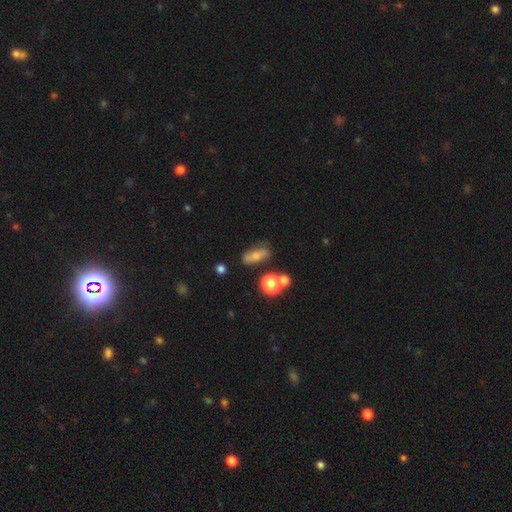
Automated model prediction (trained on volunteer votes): Q: Smooth or featured?
A: smooth (57%); runner-up: featured or disk (29%)
Q: How rounded?
A: in between (64%); runner-up: round (18%)
Q: Merging?
A: none (62%); runner-up: minor disturbance (21%)